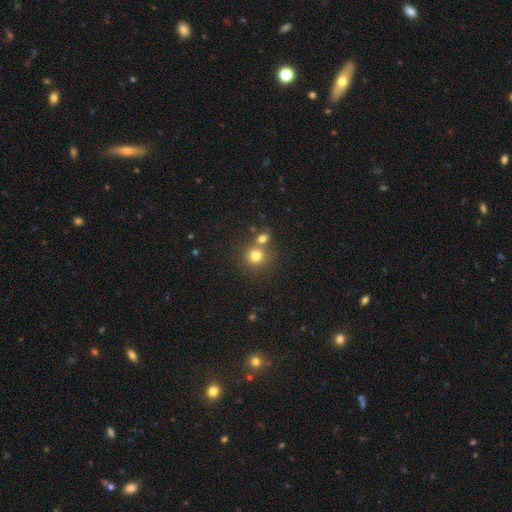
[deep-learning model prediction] Smooth or featured? smooth (77%)
How rounded? round (90%)
Merging? none (59%)